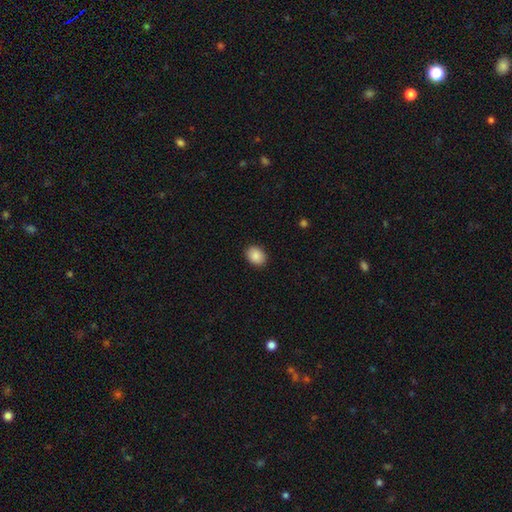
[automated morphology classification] A smooth galaxy with no disk features (89%) that is in between round and cigar-shaped (63%).

Vote fractions:
- Smooth or featured? smooth: 89% / star or artifact: 7% / featured or disk: 3%
- How rounded? in between: 63% / round: 36% / cigar-shaped: 1%
- Merging? none: 90% / minor disturbance: 8% / major disturbance: 2% / merger: 1%